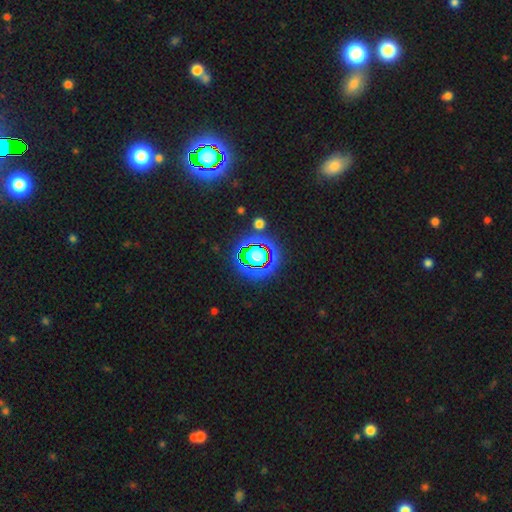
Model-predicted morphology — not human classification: smooth-or-featured: star or artifact: 63% | smooth: 24% | featured or disk: 13%